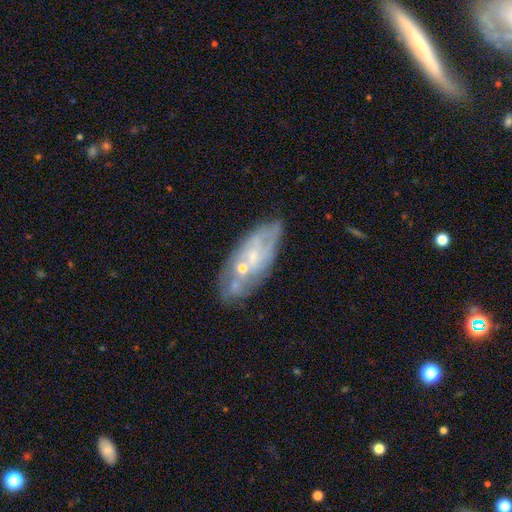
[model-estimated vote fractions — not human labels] This appears to be a featured or disk galaxy (62%) with no bar (72%), no spiral arms (51%) and a small central bulge (64%). Merging: none (70%).